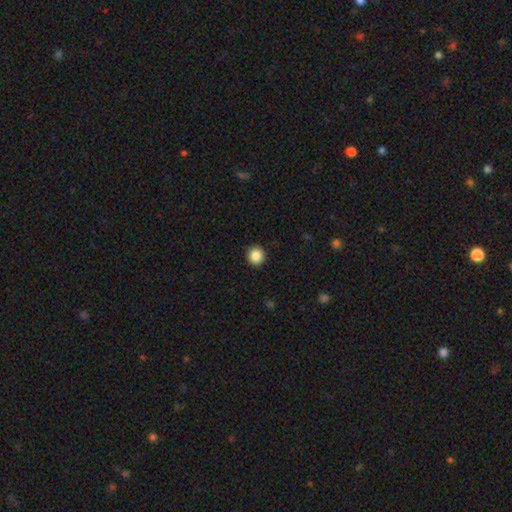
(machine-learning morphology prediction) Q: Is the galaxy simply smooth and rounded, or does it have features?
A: smooth — 86%.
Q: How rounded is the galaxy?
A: round — 94%.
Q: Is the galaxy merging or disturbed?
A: none — 93%.